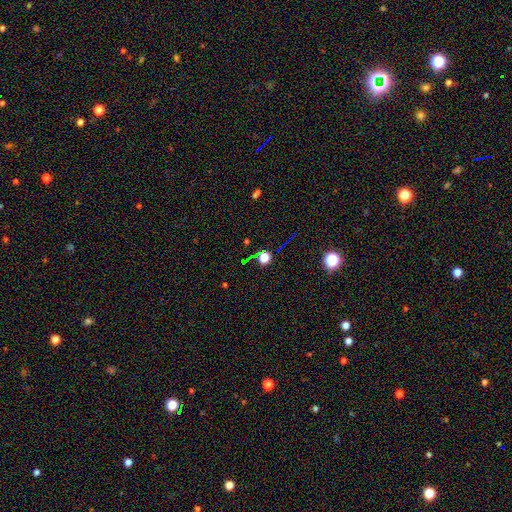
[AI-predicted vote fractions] Smooth or featured?
  - star or artifact: 60% *
  - smooth: 29%
  - featured or disk: 11%